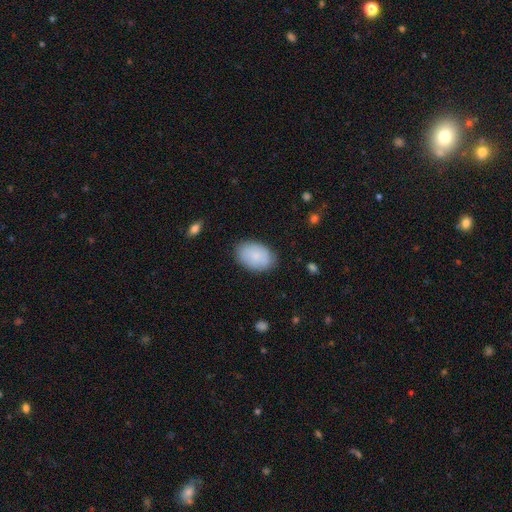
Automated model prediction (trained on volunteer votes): Q: Smooth or featured?
A: smooth (84%); runner-up: featured or disk (10%)
Q: How rounded?
A: in between (88%); runner-up: round (11%)
Q: Merging?
A: none (83%); runner-up: minor disturbance (13%)